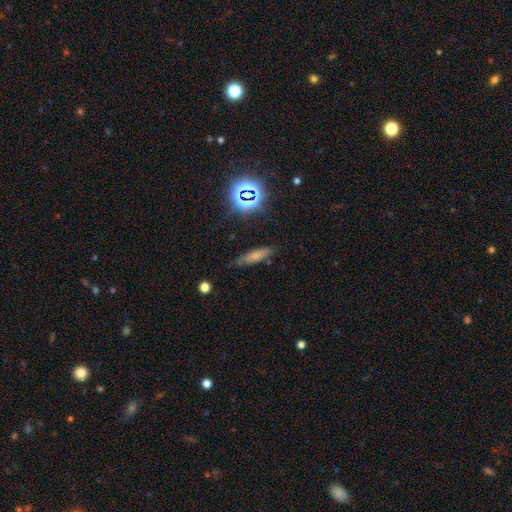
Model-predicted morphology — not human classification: Smooth or featured? smooth (64%)
How rounded? cigar-shaped (67%)
Merging? none (80%)